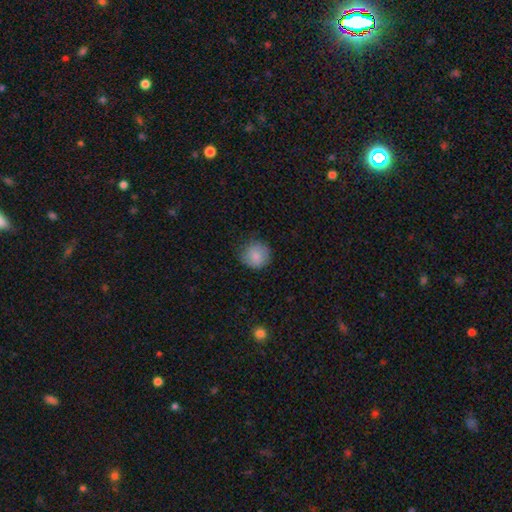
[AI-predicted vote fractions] Overall: smooth (83%). How rounded: round (91%). Merging: none (79%).